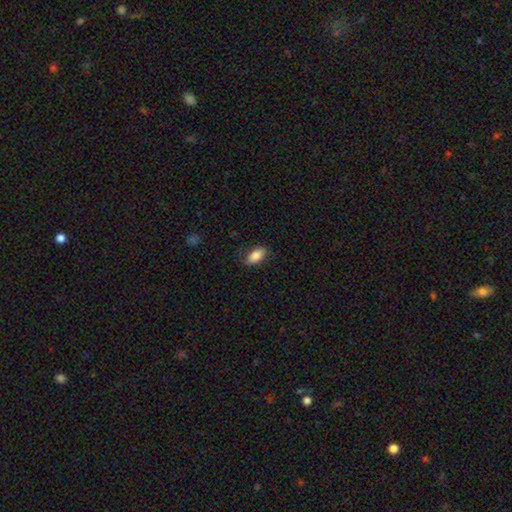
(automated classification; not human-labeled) A smooth galaxy with no disk features (84%) that is in between round and cigar-shaped (90%). Merging: none (76%).